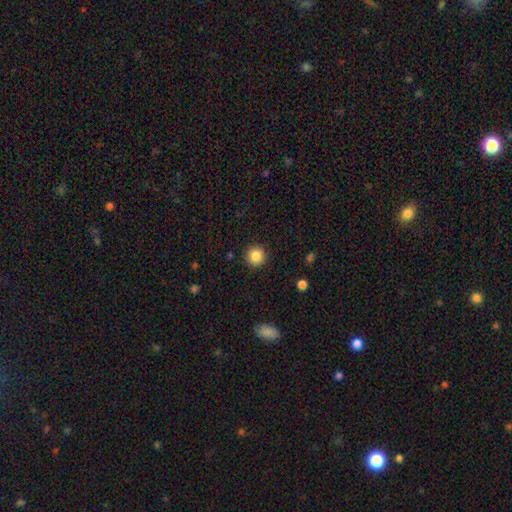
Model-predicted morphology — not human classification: Smooth or featured? Predicted: smooth (p=0.86). How rounded? Predicted: round (p=0.94). Merging? Predicted: none (p=0.92).